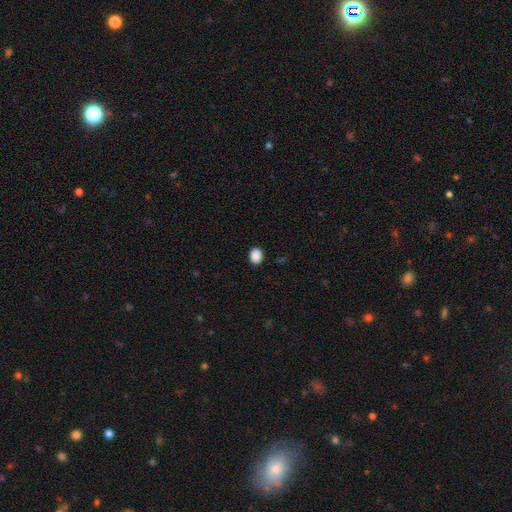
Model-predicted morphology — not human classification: Smooth or featured?
  - smooth: 89% *
  - star or artifact: 8%
  - featured or disk: 2%
How rounded?
  - in between: 50% *
  - round: 49%
  - cigar-shaped: 1%
Merging?
  - none: 90% *
  - minor disturbance: 7%
  - major disturbance: 2%
  - merger: 1%